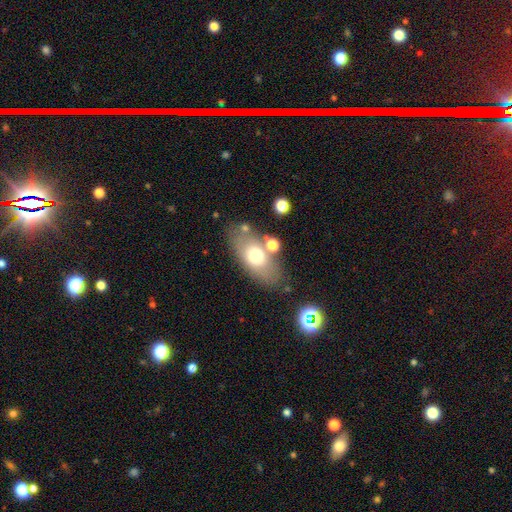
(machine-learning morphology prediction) A smooth galaxy with no disk features (64%) that is in between round and cigar-shaped (85%).

Vote fractions:
- Smooth or featured? smooth: 64% / featured or disk: 27% / star or artifact: 9%
- How rounded? in between: 85% / round: 8% / cigar-shaped: 7%
- Merging? none: 72% / minor disturbance: 14% / merger: 9% / major disturbance: 5%